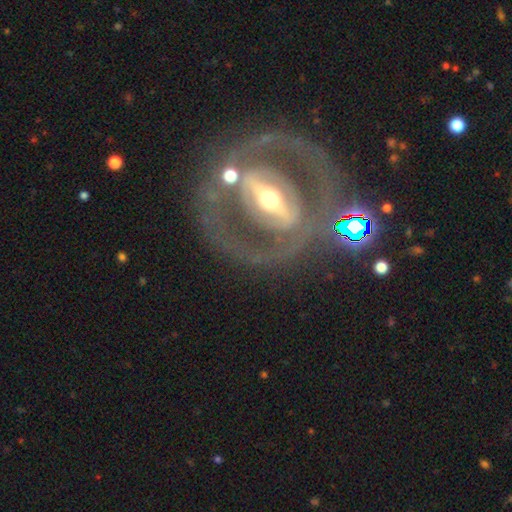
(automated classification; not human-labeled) featured or disk 85%, smooth 9%, star or artifact 6%. Down the decision tree: edge-on disk — no (90%); bar — strong (70%); spiral arms — yes (55%); bulge size — moderate (56%); merging — none (69%).